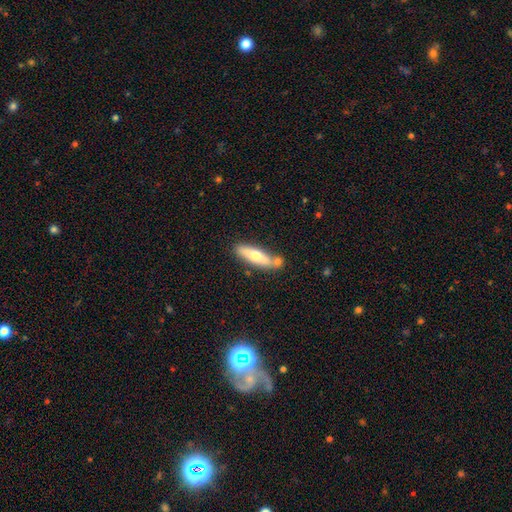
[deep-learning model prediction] Smooth or featured?
  - smooth: 58% *
  - featured or disk: 36%
  - star or artifact: 6%
How rounded?
  - cigar-shaped: 72% *
  - in between: 26%
  - round: 2%
Merging?
  - none: 66% *
  - merger: 17%
  - minor disturbance: 14%
  - major disturbance: 3%